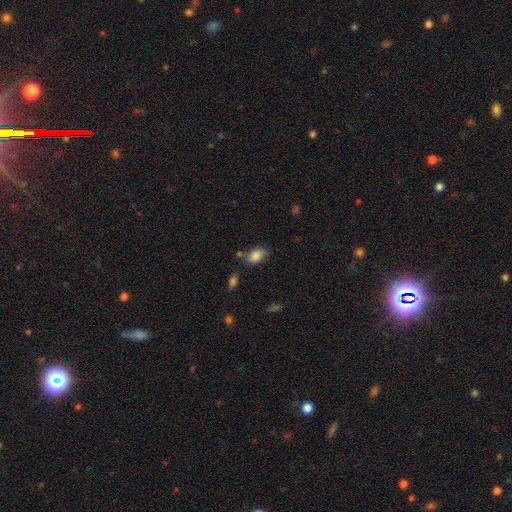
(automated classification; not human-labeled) A smooth galaxy with no disk features (81%) that is in between round and cigar-shaped (89%). Merging: none (63%).